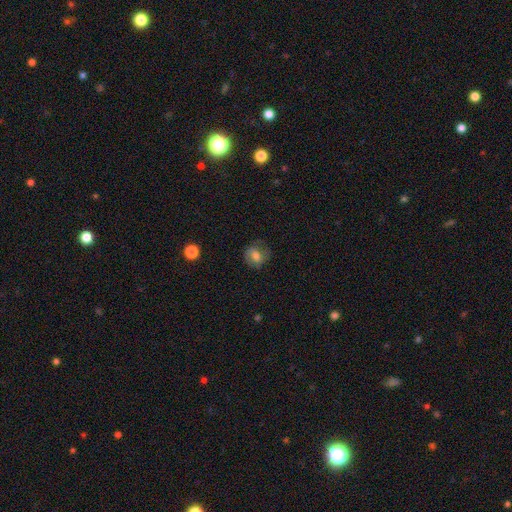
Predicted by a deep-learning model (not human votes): Overall: smooth (64%; featured or disk 26%). How rounded: round (60%; in between 38%). Merging: none (69%).